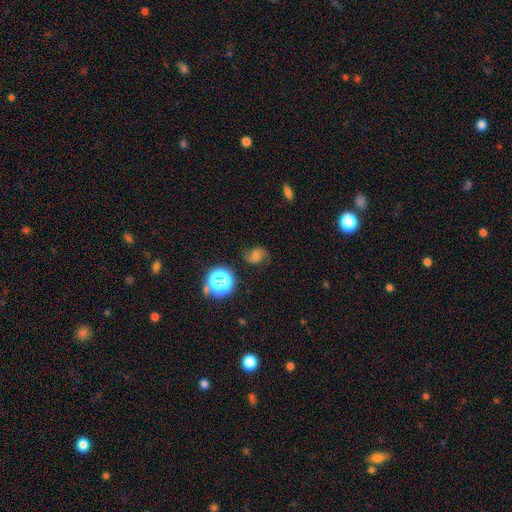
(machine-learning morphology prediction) This is possibly a featured or disk galaxy (49%). Merging: likely none (73%).